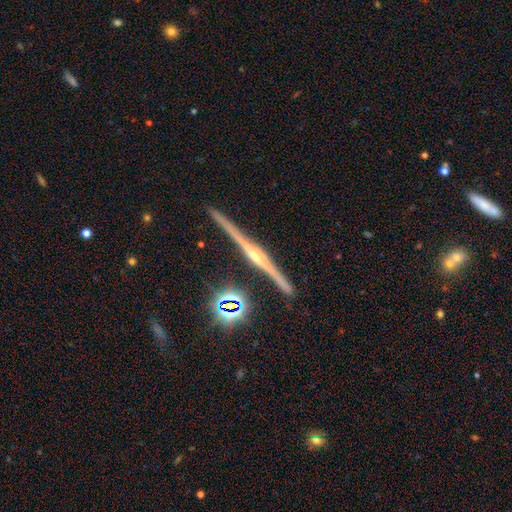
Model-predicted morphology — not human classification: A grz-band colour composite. It shows a featured or disk galaxy (86%) viewed edge-on (98%) with a rounded central bulge (84%). Merging: none (88%).